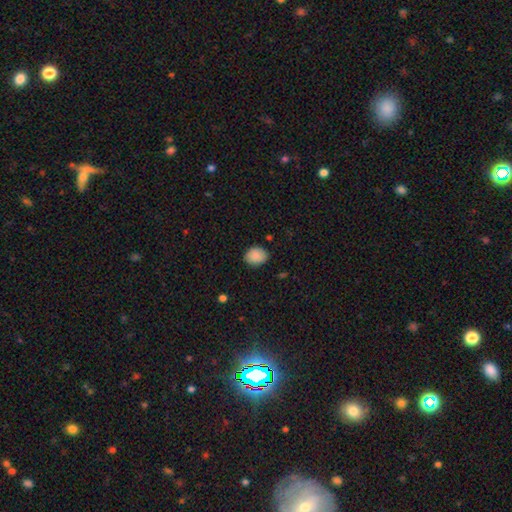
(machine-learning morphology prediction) The model was most divided on "how rounded": round: 50%, in between: 49%, cigar-shaped: 1%. More confident: smooth or featured — smooth (89%); merging — none (84%).